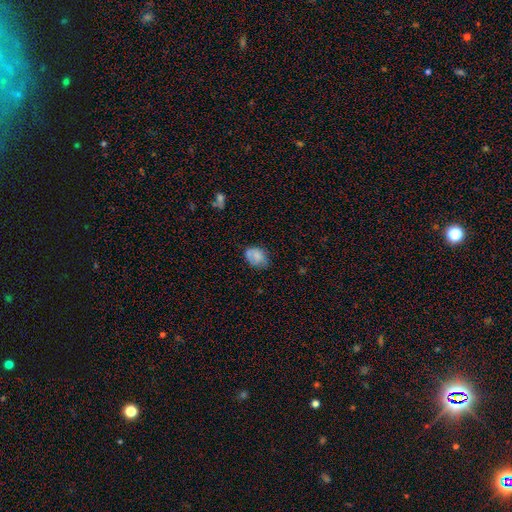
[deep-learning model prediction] Smooth or featured? smooth (76%)
How rounded? in between (59%)
Merging? none (60%)